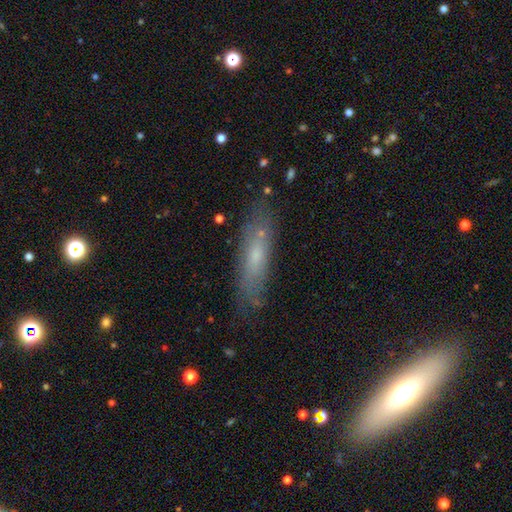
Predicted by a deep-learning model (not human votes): A smooth galaxy with no disk features (58%) that is cigar-shaped (67%). Merging: none (75%).